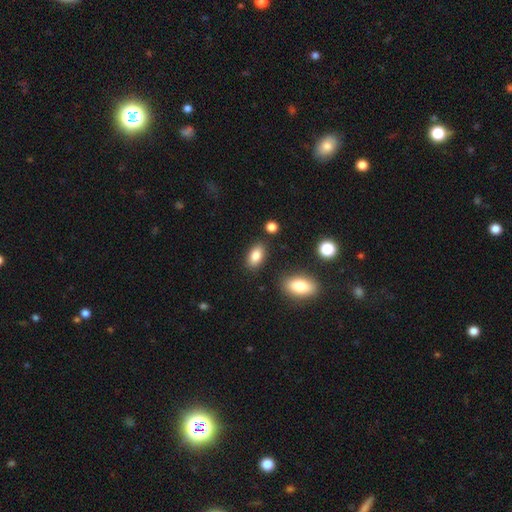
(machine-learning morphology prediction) smooth 84%, star or artifact 8%, featured or disk 8%. Down the decision tree: how rounded — in between (91%); merging — none (84%).